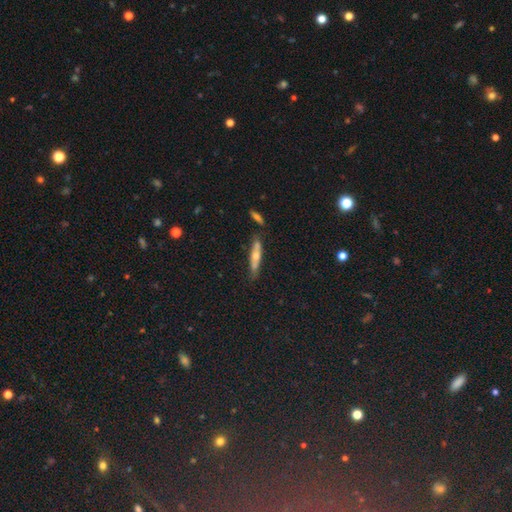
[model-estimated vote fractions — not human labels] Morphology: type=smooth (49%); merging=none (70%).